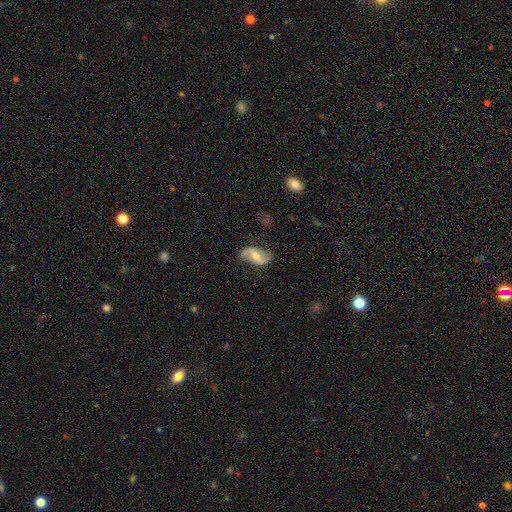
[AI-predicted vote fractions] featured or disk 77%, smooth 17%, star or artifact 6%. Down the decision tree: edge-on disk — no (95%); bar — weak (40%); spiral arms — yes (90%); spiral arm count — 2 (92%); spiral winding — loose (66%); bulge size — moderate (65%); merging — none (78%).